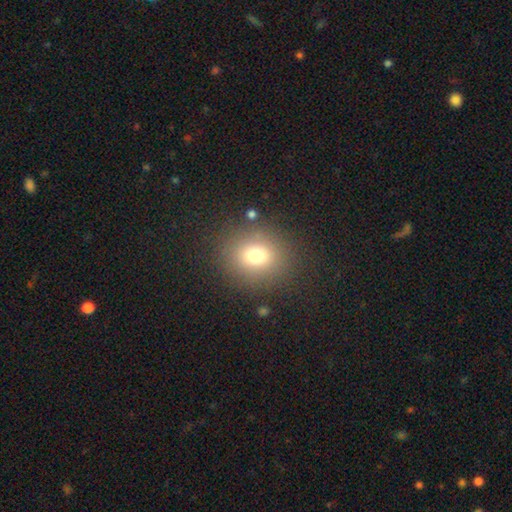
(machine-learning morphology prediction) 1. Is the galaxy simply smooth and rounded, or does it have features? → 73% smooth, 16% star or artifact, 11% featured or disk.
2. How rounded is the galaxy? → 76% round, 23% in between, 1% cigar-shaped.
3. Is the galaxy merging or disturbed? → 84% none, 9% minor disturbance, 5% major disturbance, 2% merger.